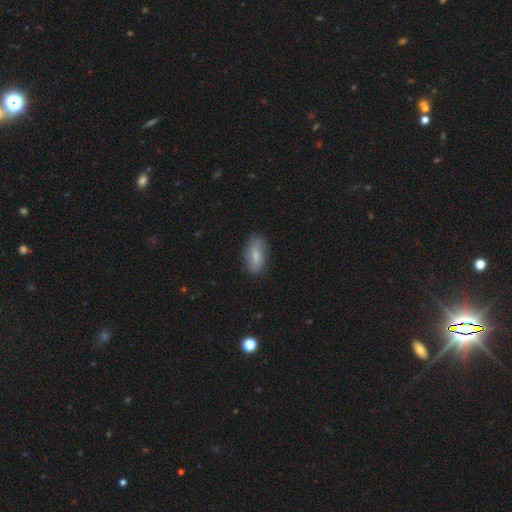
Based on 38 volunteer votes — smooth-or-featured: smooth: 53% | featured or disk: 39% | star or artifact: 8%
  how-rounded: in between: 80% | cigar-shaped: 15% | round: 5%
  merging: none: 71% | minor disturbance: 29% | major disturbance: 0% | merger: 0%